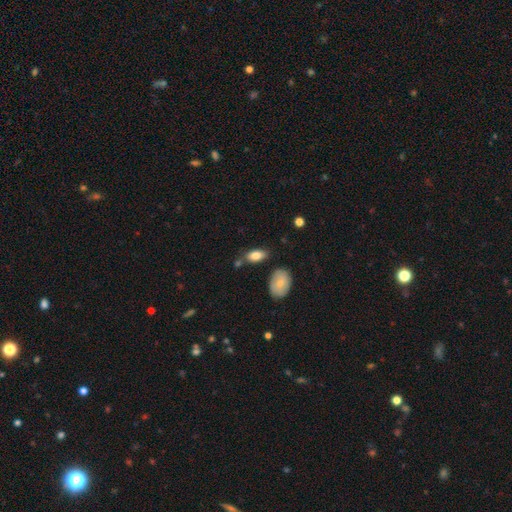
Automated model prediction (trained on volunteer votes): A smooth galaxy with no disk features (81%) that is in between round and cigar-shaped (89%). Merging: none (68%).